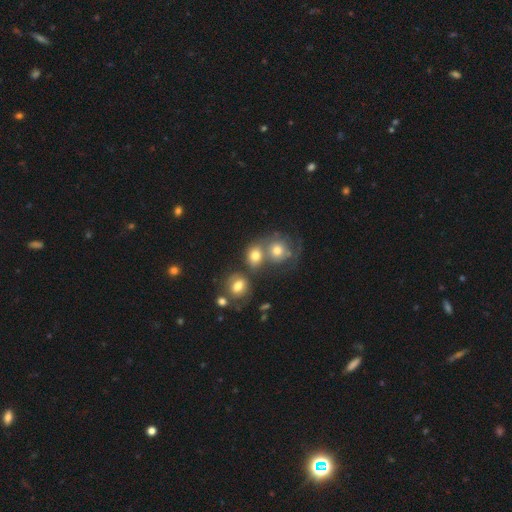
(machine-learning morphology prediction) Smooth or featured? Predicted: smooth (p=0.69). How rounded? Predicted: round (p=0.66). Merging? Predicted: merger (p=0.49).